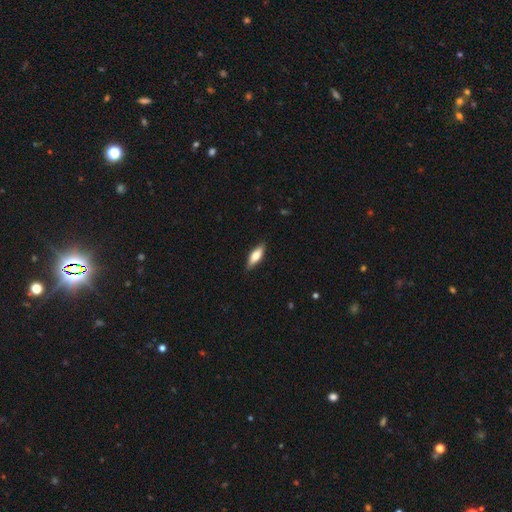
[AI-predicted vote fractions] A smooth galaxy with no disk features (72%) that is in between round and cigar-shaped (62%).

Vote fractions:
- Smooth or featured? smooth: 72% / featured or disk: 23% / star or artifact: 6%
- How rounded? in between: 62% / cigar-shaped: 35% / round: 2%
- Merging? none: 86% / minor disturbance: 11% / major disturbance: 2% / merger: 1%